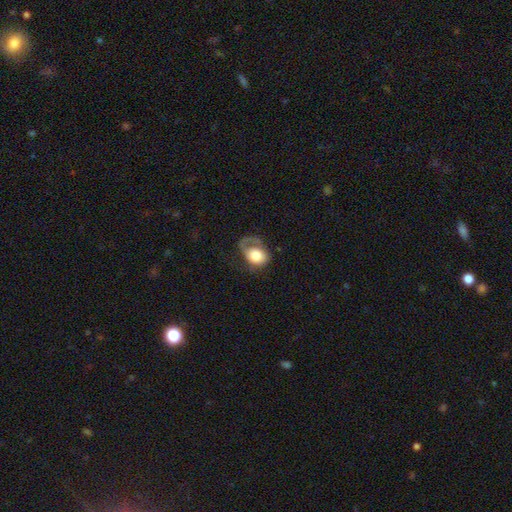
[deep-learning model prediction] Smooth or featured?
  - smooth: 58% *
  - featured or disk: 35%
  - star or artifact: 7%
How rounded?
  - in between: 57% *
  - round: 42%
  - cigar-shaped: 1%
Merging?
  - major disturbance: 45% *
  - none: 29%
  - minor disturbance: 23%
  - merger: 3%